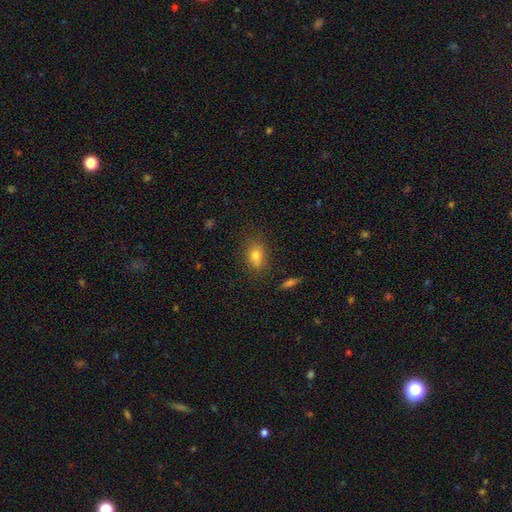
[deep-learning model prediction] smooth_or_featured: smooth (p=0.78) [alt: star or artifact p=0.11]
how_rounded: in between (p=0.67) [alt: round p=0.30]
merging: none (p=0.71) [alt: minor disturbance p=0.18]